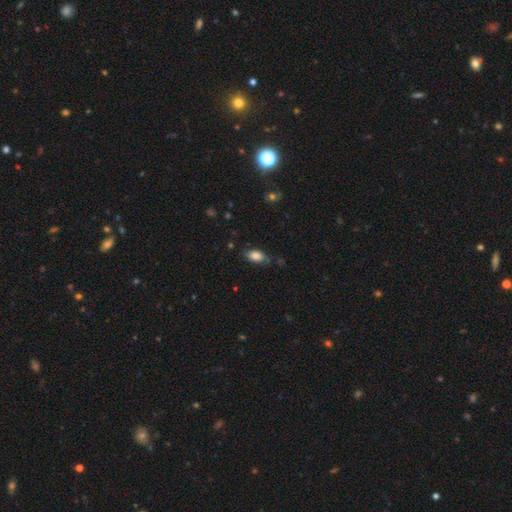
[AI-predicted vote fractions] Q: Smooth or featured?
A: smooth (83%); runner-up: featured or disk (9%)
Q: How rounded?
A: in between (91%); runner-up: round (6%)
Q: Merging?
A: none (73%); runner-up: minor disturbance (20%)